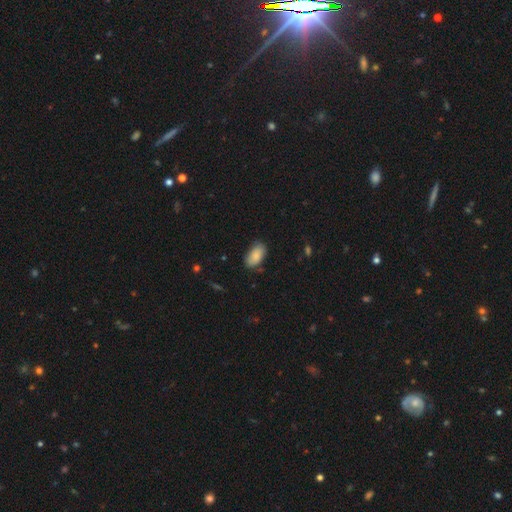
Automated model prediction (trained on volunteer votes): Overall: smooth (86%). How rounded: in between (94%). Merging: none (74%).